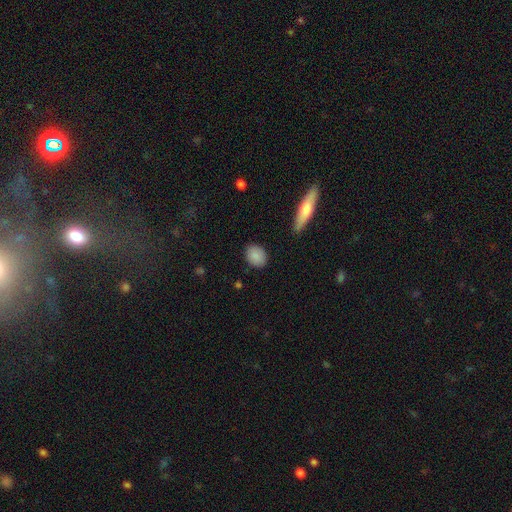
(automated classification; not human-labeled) Morphology: type=smooth (88%); roundness=in between (51%); merging=none (85%).